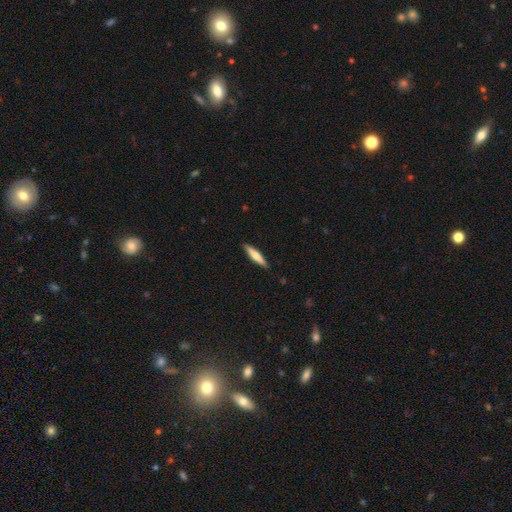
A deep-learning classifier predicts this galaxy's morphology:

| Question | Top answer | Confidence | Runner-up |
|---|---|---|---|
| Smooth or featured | smooth | 61% | featured or disk (34%) |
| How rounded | cigar-shaped | 84% | in between (14%) |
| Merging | none | 90% | minor disturbance (8%) |